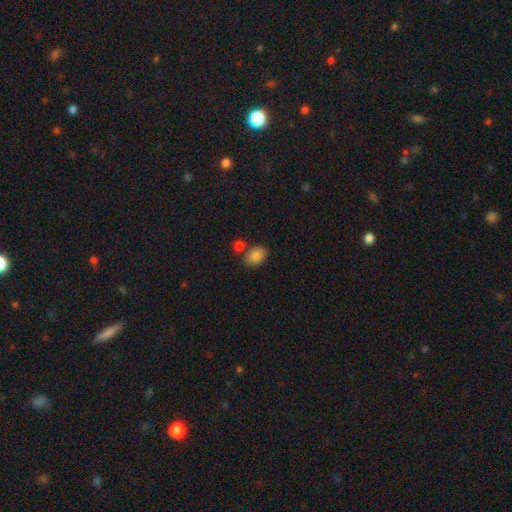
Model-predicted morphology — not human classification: The model was most divided on "how rounded": in between: 74%, round: 25%, cigar-shaped: 1%. More confident: smooth or featured — smooth (86%); merging — none (72%).